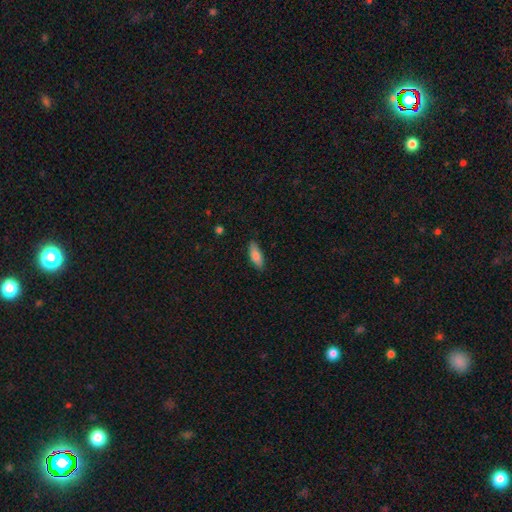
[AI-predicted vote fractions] smooth-or-featured: smooth: 82% | featured or disk: 11% | star or artifact: 6%
  how-rounded: in between: 72% | cigar-shaped: 26% | round: 2%
  merging: none: 83% | minor disturbance: 13% | major disturbance: 2% | merger: 1%